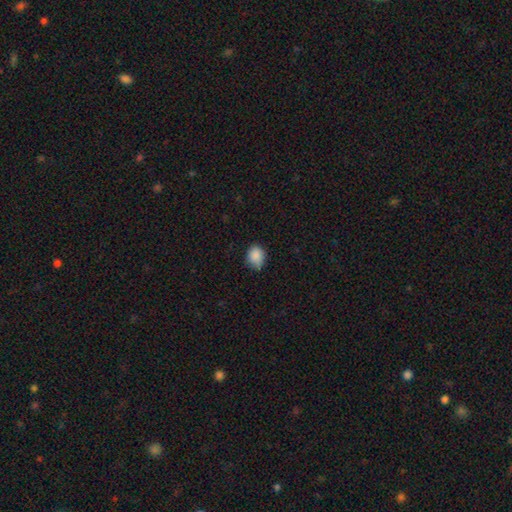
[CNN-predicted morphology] Smooth or featured? smooth (87%)
How rounded? in between (53%)
Merging? none (66%)